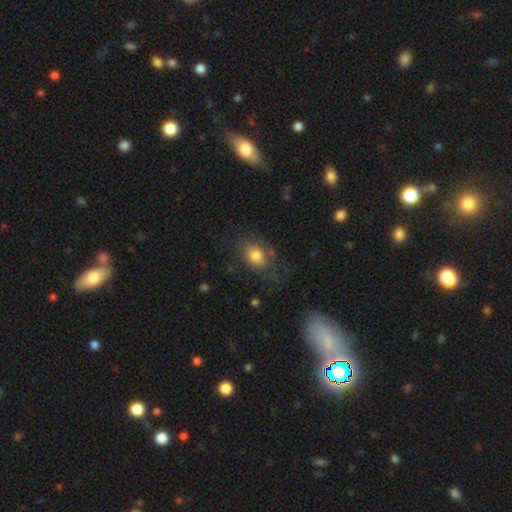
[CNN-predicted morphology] Smooth or featured?
  - smooth: 71% *
  - featured or disk: 20%
  - star or artifact: 9%
How rounded?
  - in between: 74% *
  - round: 25%
  - cigar-shaped: 1%
Merging?
  - none: 59% *
  - minor disturbance: 24%
  - major disturbance: 14%
  - merger: 2%